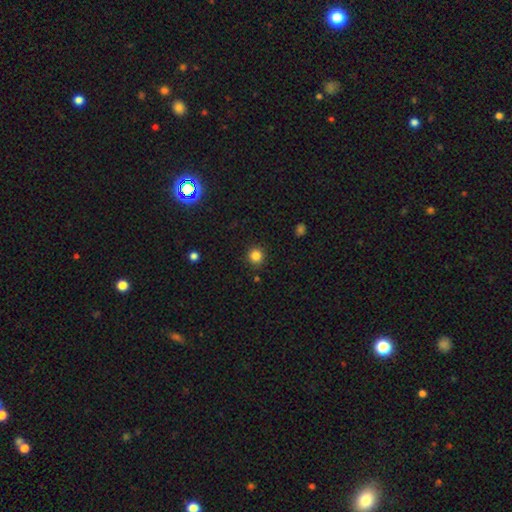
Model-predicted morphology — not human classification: A smooth galaxy with no disk features (83%) that is round (92%). Merging: none (89%).